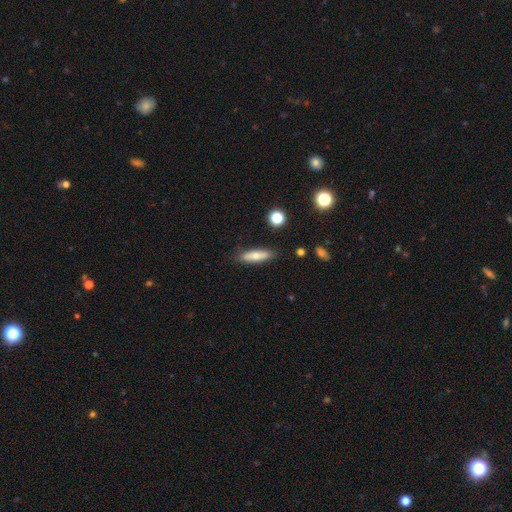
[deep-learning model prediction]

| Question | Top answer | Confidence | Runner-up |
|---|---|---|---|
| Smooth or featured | smooth | 72% | featured or disk (21%) |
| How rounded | cigar-shaped | 64% | in between (34%) |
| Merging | none | 85% | minor disturbance (11%) |